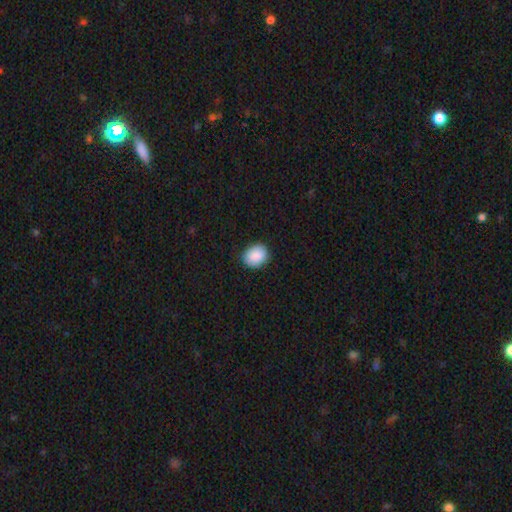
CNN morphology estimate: A smooth galaxy with no disk features (90%) that is round (55%). Merging: none (87%).